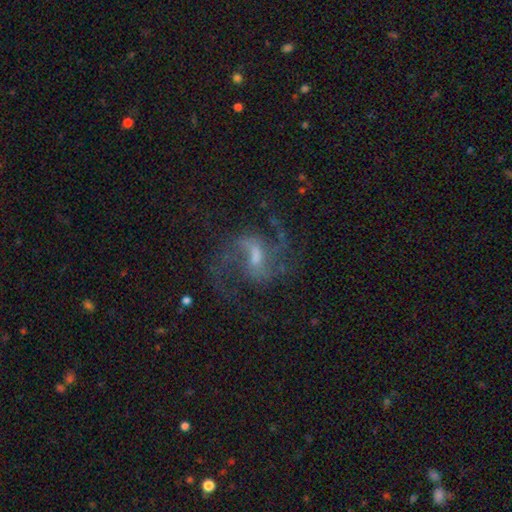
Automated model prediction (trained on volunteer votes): A featured or disk galaxy (85%) with a weak bar (57%), 2 (72%) loose (49%) spiral arms (94%) and a moderate central bulge (43%). Merging: none (59%).